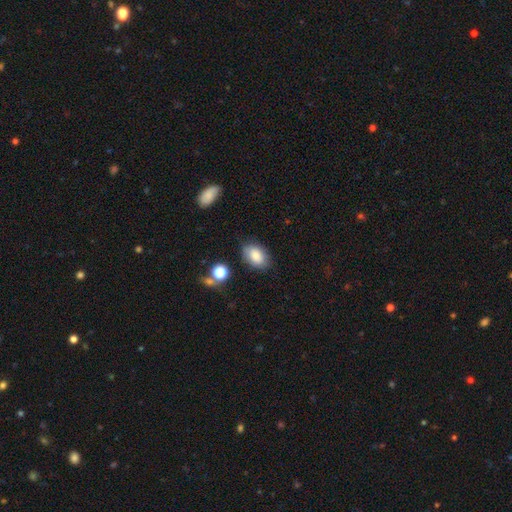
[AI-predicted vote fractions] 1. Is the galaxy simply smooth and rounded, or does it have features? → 82% smooth, 10% featured or disk, 9% star or artifact.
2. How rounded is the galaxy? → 84% in between, 14% round, 1% cigar-shaped.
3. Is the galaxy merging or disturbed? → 76% none, 17% minor disturbance, 4% major disturbance, 3% merger.